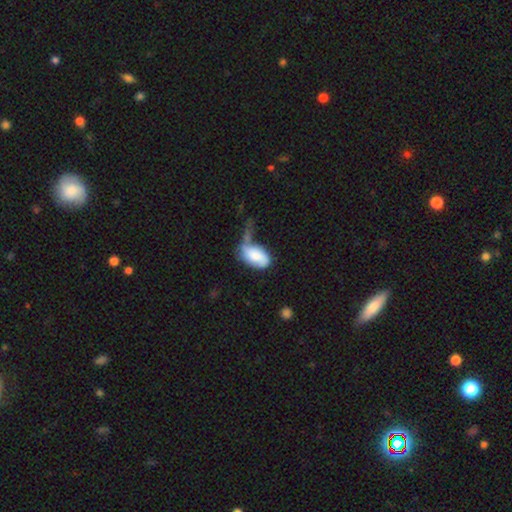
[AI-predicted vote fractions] Morphology: type=smooth (63%); roundness=in between (91%); merging=major disturbance (36%).